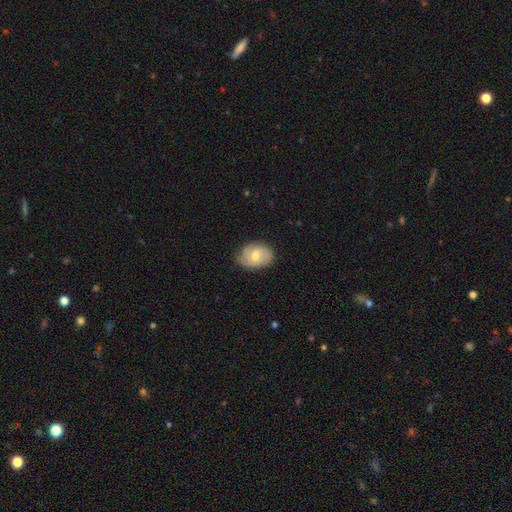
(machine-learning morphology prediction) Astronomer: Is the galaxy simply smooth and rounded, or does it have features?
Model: featured or disk — 57% (runner-up: smooth, 37%).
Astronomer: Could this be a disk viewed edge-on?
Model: no — 96%.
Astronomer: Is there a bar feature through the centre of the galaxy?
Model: no — 59% (runner-up: weak, 36%).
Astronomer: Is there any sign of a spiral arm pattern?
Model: yes — 88%.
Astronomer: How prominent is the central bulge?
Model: moderate — 62%.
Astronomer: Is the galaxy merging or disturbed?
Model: none — 69%.